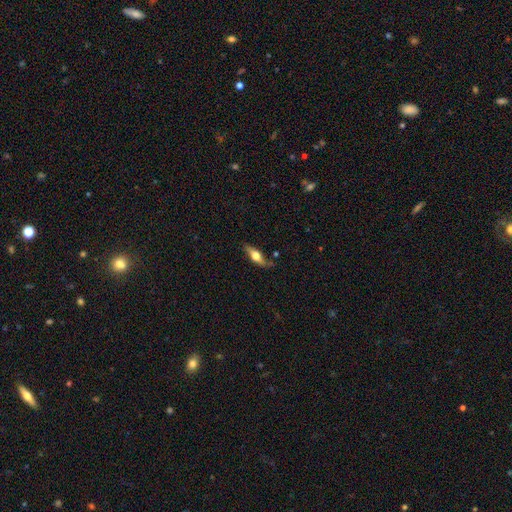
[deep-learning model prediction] A featured or disk galaxy (48%). Merging: none (72%).